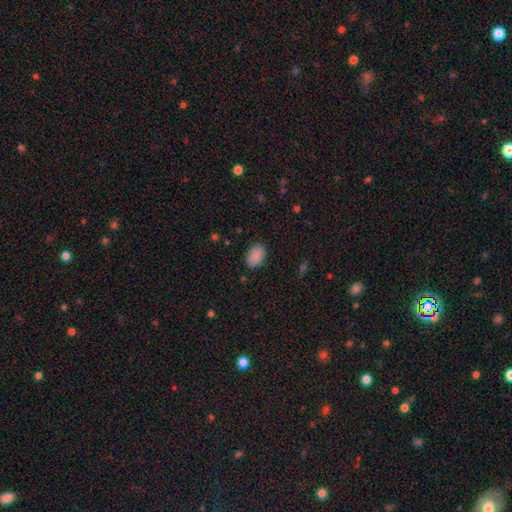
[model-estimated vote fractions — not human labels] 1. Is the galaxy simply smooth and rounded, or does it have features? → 89% smooth, 8% star or artifact, 3% featured or disk.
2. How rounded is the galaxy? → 87% in between, 12% round, 1% cigar-shaped.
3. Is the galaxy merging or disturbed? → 85% none, 11% minor disturbance, 3% major disturbance, 1% merger.